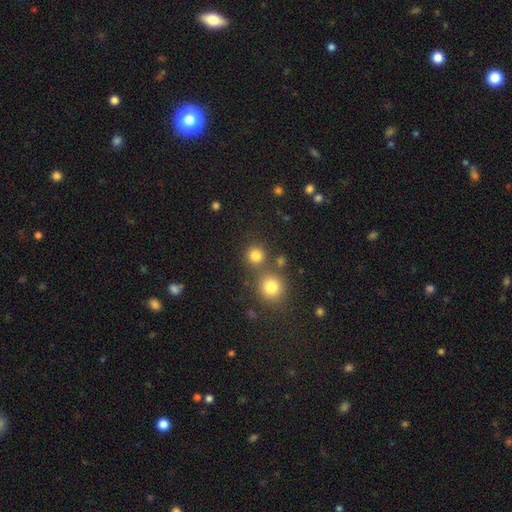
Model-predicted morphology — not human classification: A smooth galaxy with no disk features (80%) that is round (91%).

Vote fractions:
- Smooth or featured? smooth: 80% / star or artifact: 14% / featured or disk: 6%
- How rounded? round: 91% / in between: 8% / cigar-shaped: 1%
- Merging? none: 71% / merger: 18% / minor disturbance: 7% / major disturbance: 3%